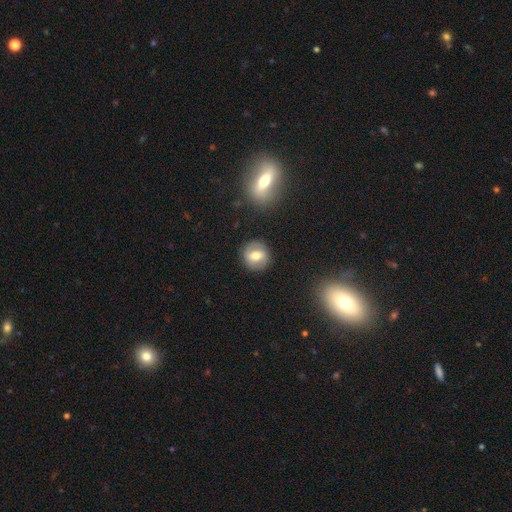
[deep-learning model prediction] This appears to be a smooth galaxy with no disk features (50%). Merging: none (85%).